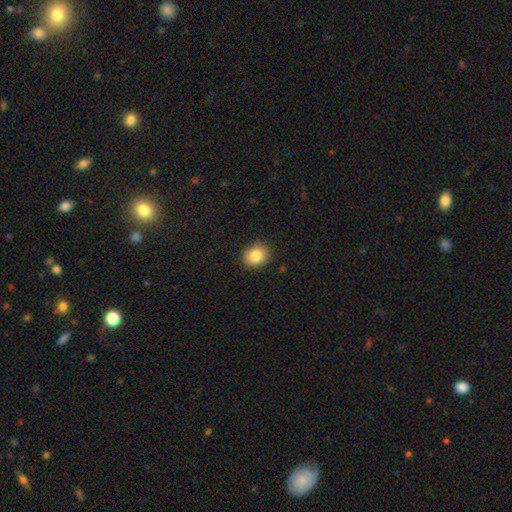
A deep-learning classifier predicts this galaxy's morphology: smooth_or_featured: smooth (p=0.85) [alt: star or artifact p=0.09]
how_rounded: round (p=0.65) [alt: in between p=0.34]
merging: none (p=0.87) [alt: minor disturbance p=0.10]